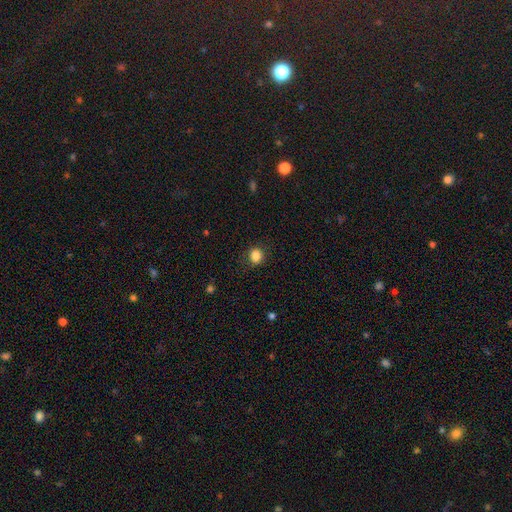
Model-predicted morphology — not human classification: The model was most divided on "how rounded": round: 76%, in between: 23%, cigar-shaped: 1%. More confident: merging — none (85%); smooth or featured — smooth (85%).